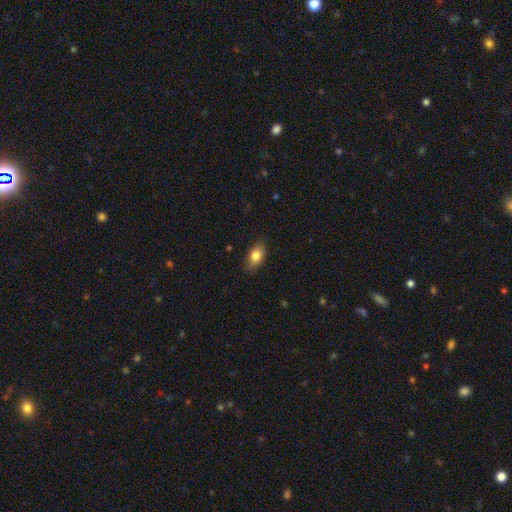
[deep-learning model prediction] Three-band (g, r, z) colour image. It shows a smooth galaxy with no disk features (82%) that is in between round and cigar-shaped (86%). Merging: none (83%).